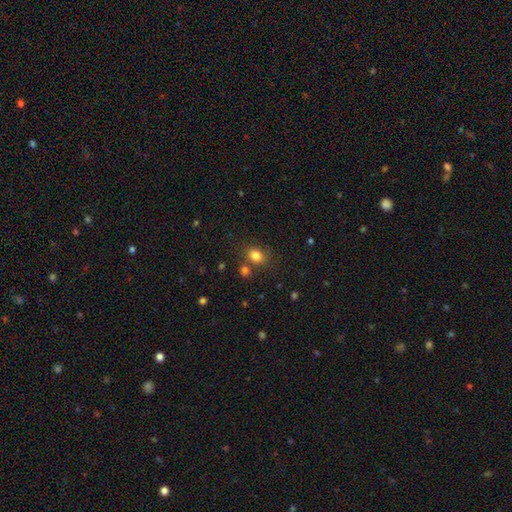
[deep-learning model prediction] Smooth or featured? smooth (81%)
How rounded? round (50%)
Merging? none (70%)